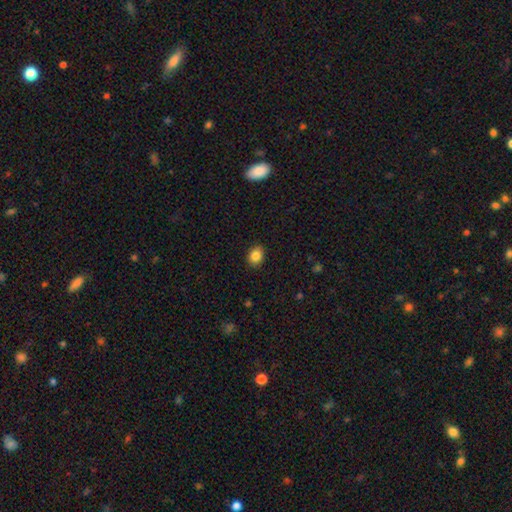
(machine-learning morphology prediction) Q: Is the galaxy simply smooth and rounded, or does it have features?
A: smooth — 85%.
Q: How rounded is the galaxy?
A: round — 50%.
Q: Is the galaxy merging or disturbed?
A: none — 89%.